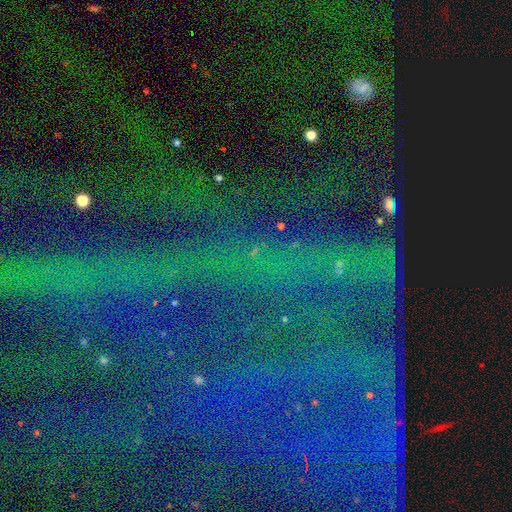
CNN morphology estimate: A star or artifact, not a galaxy (84%).

Vote fractions:
- Smooth or featured? star or artifact: 84% / featured or disk: 8% / smooth: 8%